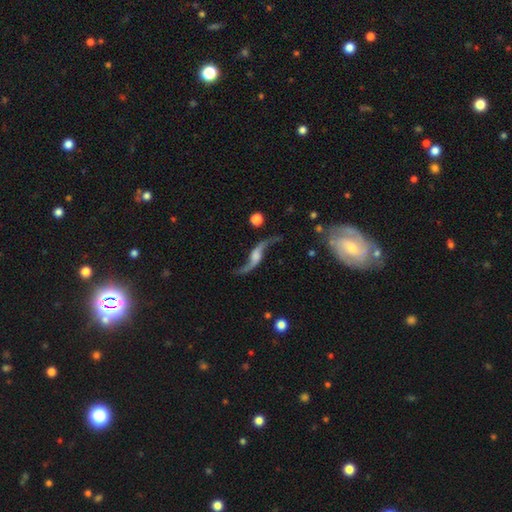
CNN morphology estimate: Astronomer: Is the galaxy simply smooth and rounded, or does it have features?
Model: featured or disk — 88%.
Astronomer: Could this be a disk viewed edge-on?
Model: no — 86%.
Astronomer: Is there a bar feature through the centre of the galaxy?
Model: no — 55% (runner-up: weak, 32%).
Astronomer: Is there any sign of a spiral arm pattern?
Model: yes — 96%.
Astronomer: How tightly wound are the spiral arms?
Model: loose — 96%.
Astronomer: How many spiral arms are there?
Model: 2 — 94%.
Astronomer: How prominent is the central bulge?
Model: moderate — 28% (runner-up: none, 27%).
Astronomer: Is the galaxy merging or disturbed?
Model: none — 74%.